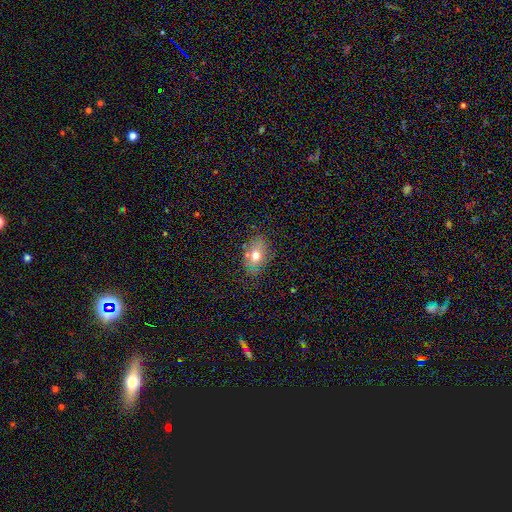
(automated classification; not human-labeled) smooth_or_featured: smooth (p=0.66) [alt: featured or disk p=0.21]
how_rounded: in between (p=0.76) [alt: round p=0.22]
merging: none (p=0.74) [alt: minor disturbance p=0.17]